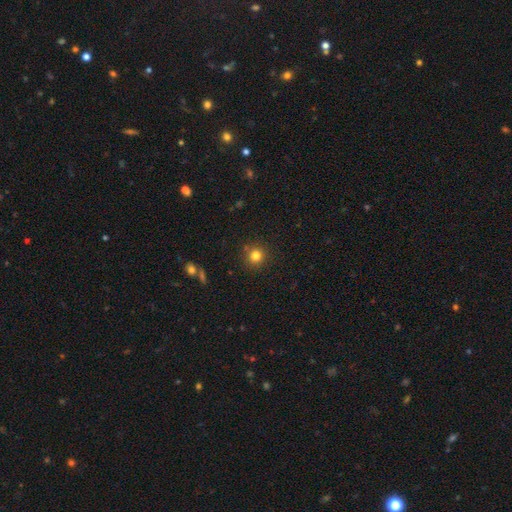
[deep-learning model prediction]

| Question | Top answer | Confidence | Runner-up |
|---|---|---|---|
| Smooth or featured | smooth | 81% | star or artifact (13%) |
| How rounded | round | 93% | in between (6%) |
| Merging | none | 87% | minor disturbance (8%) |